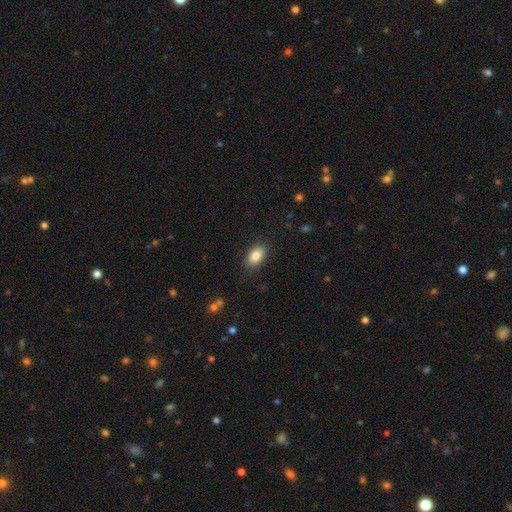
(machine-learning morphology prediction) Smooth or featured? smooth (85%)
How rounded? in between (91%)
Merging? none (86%)